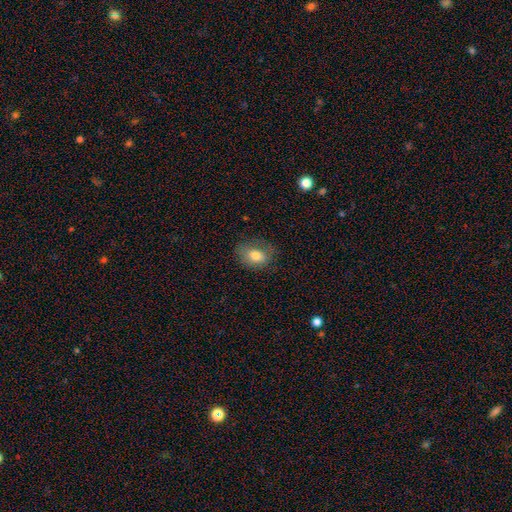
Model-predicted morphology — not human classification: smooth-or-featured: smooth: 76% | featured or disk: 15% | star or artifact: 9%
  how-rounded: in between: 69% | round: 30% | cigar-shaped: 1%
  merging: none: 73% | minor disturbance: 19% | major disturbance: 7% | merger: 1%